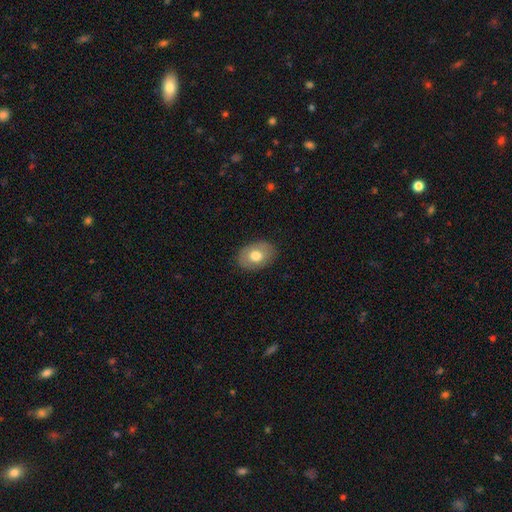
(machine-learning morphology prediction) smooth 73%, featured or disk 20%, star or artifact 7%. Down the decision tree: how rounded — in between (78%); merging — none (86%).